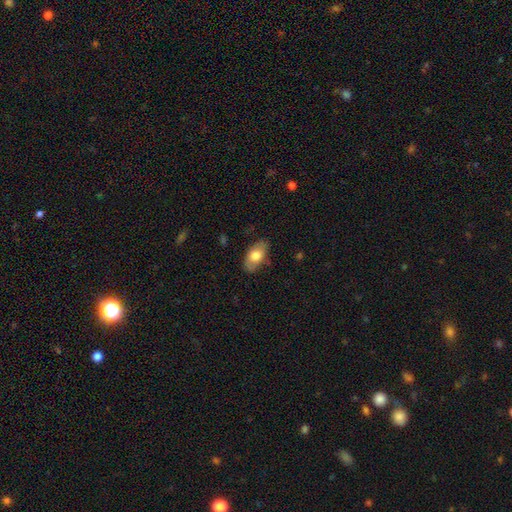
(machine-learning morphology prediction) Smooth or featured? smooth (73%)
How rounded? in between (92%)
Merging? none (79%)